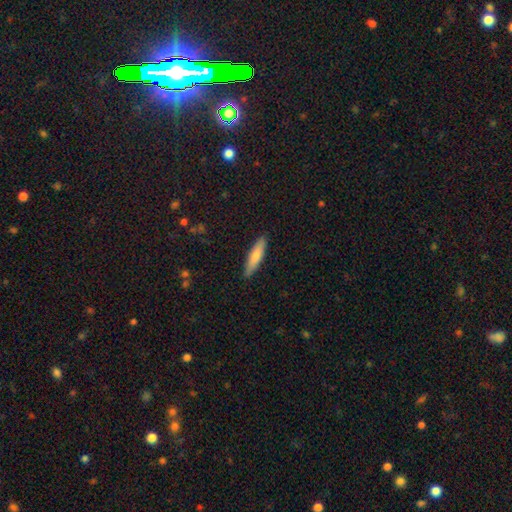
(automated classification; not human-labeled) Smooth or featured? Predicted: smooth (p=0.76). How rounded? Predicted: cigar-shaped (p=0.78). Merging? Predicted: none (p=0.88).